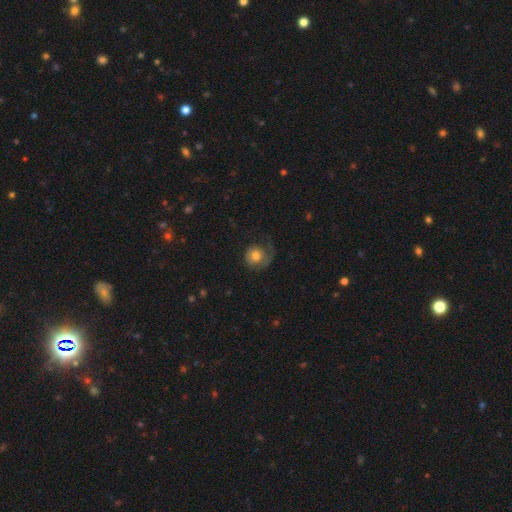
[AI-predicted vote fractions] A smooth galaxy with no disk features (63%) that is round (83%).

Vote fractions:
- Smooth or featured? smooth: 63% / featured or disk: 29% / star or artifact: 8%
- How rounded? round: 83% / in between: 16% / cigar-shaped: 1%
- Merging? none: 46% / major disturbance: 30% / minor disturbance: 22% / merger: 2%